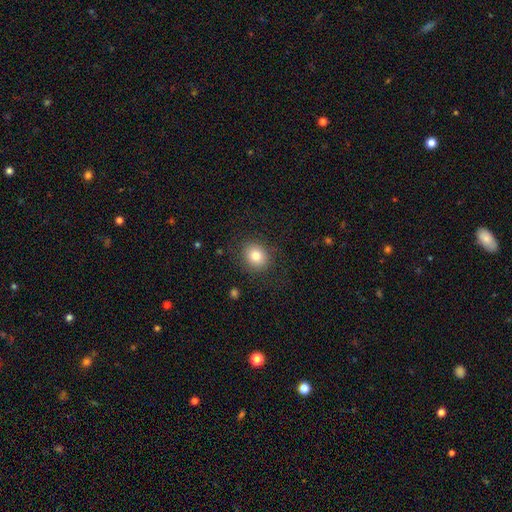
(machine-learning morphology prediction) Overall: smooth (81%). How rounded: round (71%). Merging: none (86%).